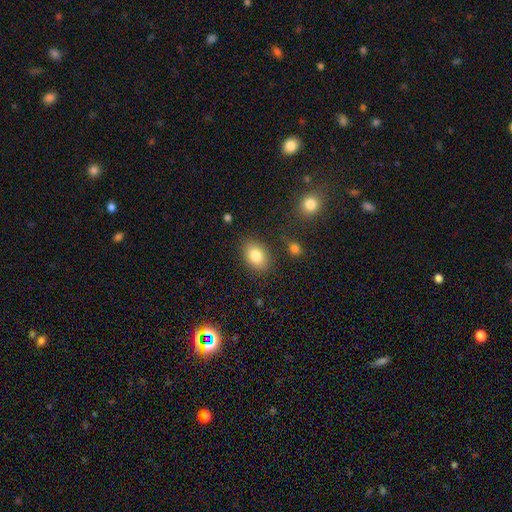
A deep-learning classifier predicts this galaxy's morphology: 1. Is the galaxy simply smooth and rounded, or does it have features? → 83% smooth, 9% featured or disk, 8% star or artifact.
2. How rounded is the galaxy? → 78% in between, 21% round, 1% cigar-shaped.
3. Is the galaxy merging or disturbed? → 82% none, 12% minor disturbance, 3% major disturbance, 3% merger.